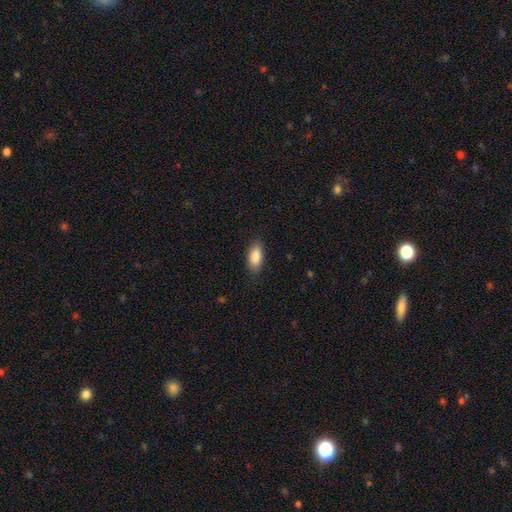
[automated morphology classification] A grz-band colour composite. It shows a smooth galaxy with no disk features (87%) that is in between round and cigar-shaped (87%). Merging: none (85%).